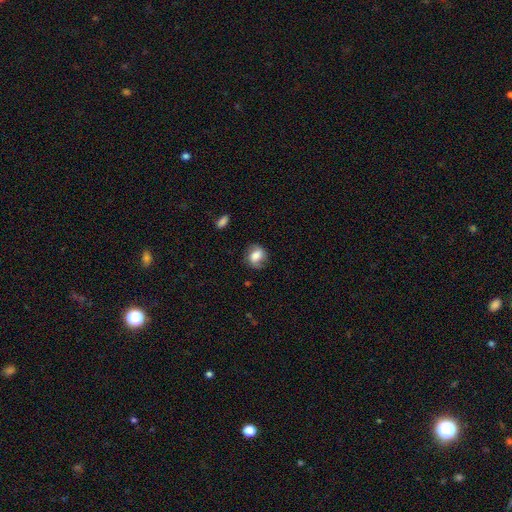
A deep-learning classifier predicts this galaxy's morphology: Q: Smooth or featured?
A: smooth (64%); runner-up: featured or disk (27%)
Q: How rounded?
A: in between (52%); runner-up: round (47%)
Q: Merging?
A: none (70%); runner-up: minor disturbance (21%)